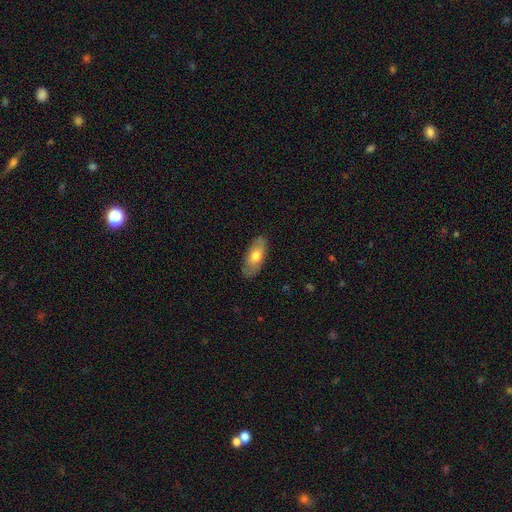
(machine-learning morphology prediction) type=smooth (68%); roundness=in between (88%); merging=none (83%).